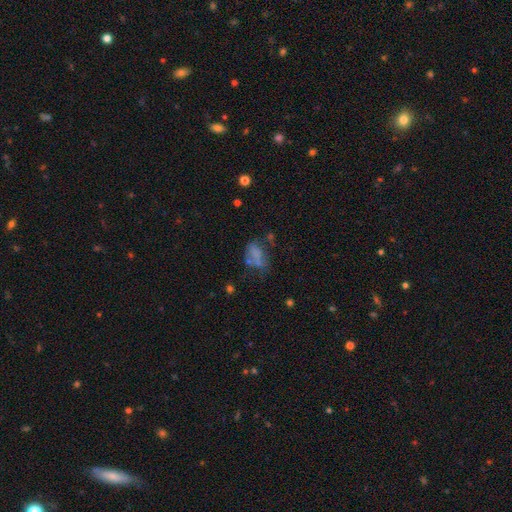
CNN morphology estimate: Overall: smooth (56%; featured or disk 29%). How rounded: in between (82%). Merging: none (34%; major disturbance 26%).